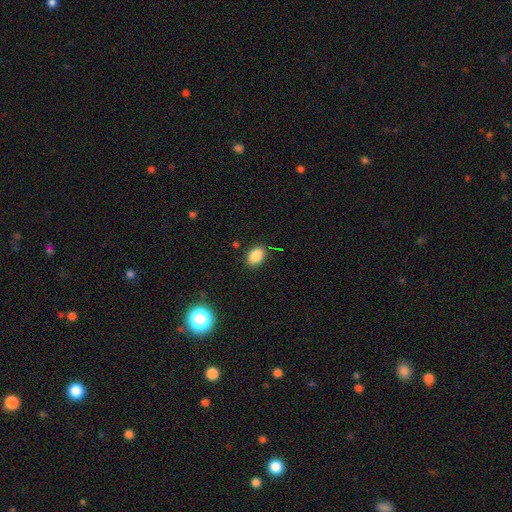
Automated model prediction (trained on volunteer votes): smooth_or_featured: smooth (p=0.86) [alt: star or artifact p=0.09]
how_rounded: in between (p=0.79) [alt: round p=0.20]
merging: none (p=0.83) [alt: minor disturbance p=0.12]